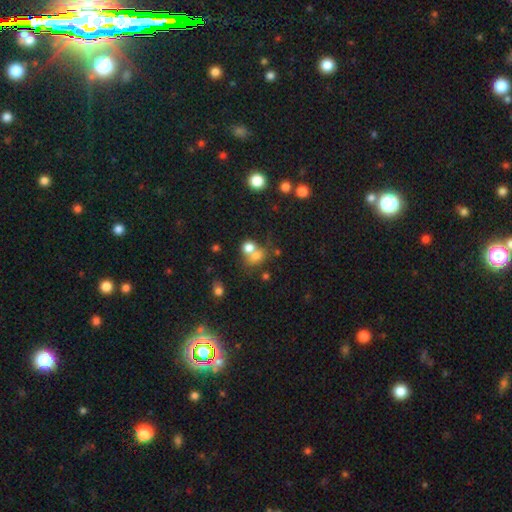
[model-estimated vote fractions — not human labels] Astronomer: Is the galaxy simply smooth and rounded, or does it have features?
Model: smooth — 70%.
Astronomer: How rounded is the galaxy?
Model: round — 61% (runner-up: in between, 38%).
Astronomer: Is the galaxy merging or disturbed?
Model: merger — 51% (runner-up: none, 33%).